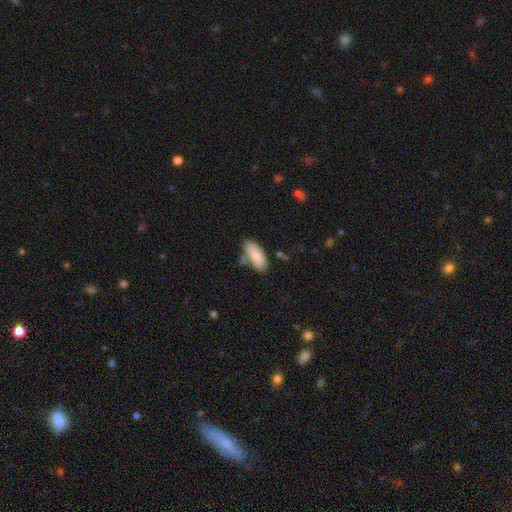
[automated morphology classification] smooth 85%, featured or disk 9%, star or artifact 6%. Down the decision tree: how rounded — in between (83%); merging — none (61%).